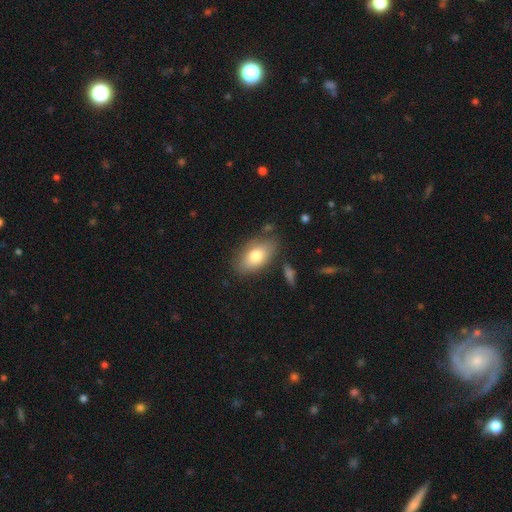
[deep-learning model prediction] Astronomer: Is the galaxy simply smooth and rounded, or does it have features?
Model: smooth — 76%.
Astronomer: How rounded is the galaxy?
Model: in between — 91%.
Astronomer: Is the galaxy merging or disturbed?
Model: none — 74%.